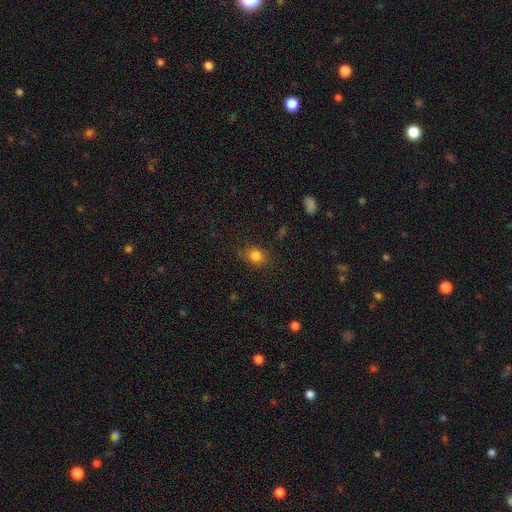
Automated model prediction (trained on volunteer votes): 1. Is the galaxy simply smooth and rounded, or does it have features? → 82% smooth, 12% star or artifact, 6% featured or disk.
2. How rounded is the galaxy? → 59% round, 39% in between, 1% cigar-shaped.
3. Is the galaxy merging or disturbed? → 78% none, 16% minor disturbance, 5% major disturbance, 1% merger.